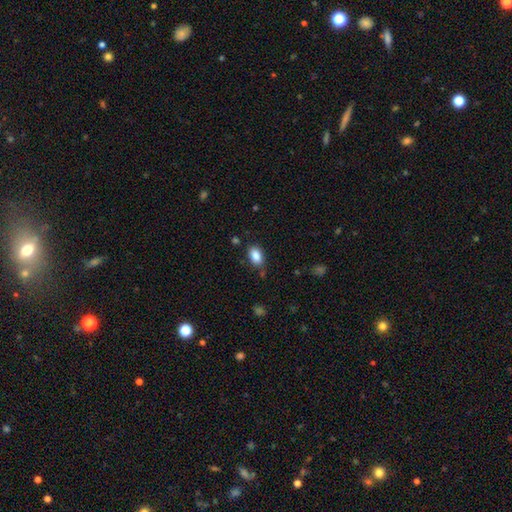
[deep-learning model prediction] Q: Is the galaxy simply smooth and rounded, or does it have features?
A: smooth — 87%.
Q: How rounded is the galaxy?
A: in between — 89%.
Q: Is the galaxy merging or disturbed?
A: none — 77%.